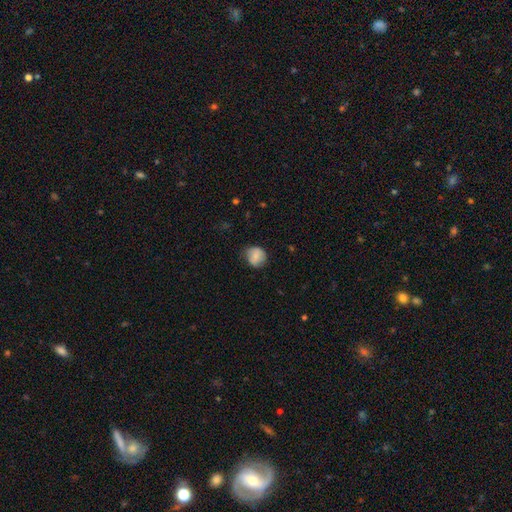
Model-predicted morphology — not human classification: The model was most divided on "merging": none: 69%, minor disturbance: 23%, major disturbance: 6%, merger: 1%. More confident: how rounded — round (81%); smooth or featured — smooth (77%).